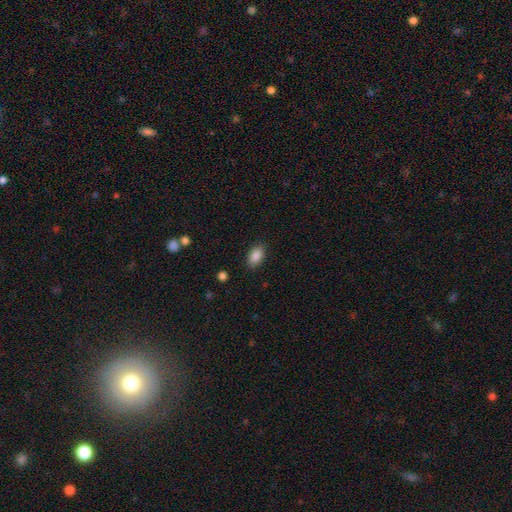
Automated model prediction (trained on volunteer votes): Q: Smooth or featured?
A: smooth (88%); runner-up: star or artifact (8%)
Q: How rounded?
A: in between (90%); runner-up: round (9%)
Q: Merging?
A: none (86%); runner-up: minor disturbance (10%)